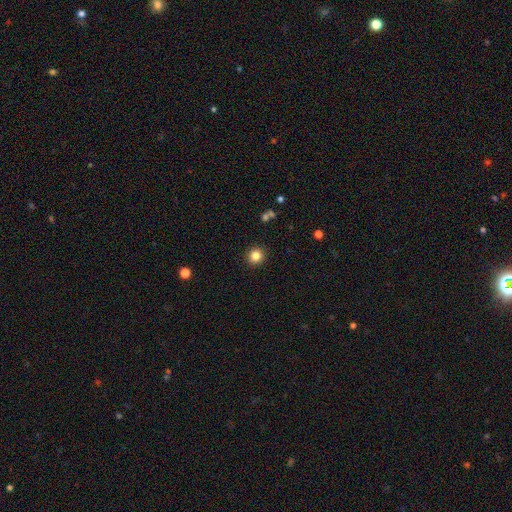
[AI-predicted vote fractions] Q: Smooth or featured?
A: smooth (84%); runner-up: star or artifact (11%)
Q: How rounded?
A: round (93%); runner-up: in between (6%)
Q: Merging?
A: none (92%); runner-up: minor disturbance (5%)